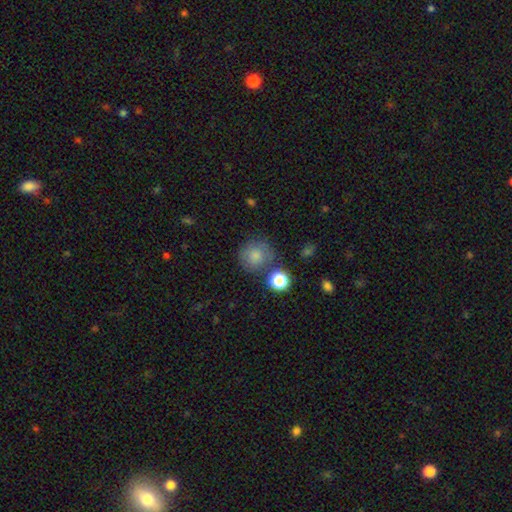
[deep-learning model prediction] Smooth or featured: smooth — 79% (star or artifact — 11%)
How rounded: round — 91% (in between — 8%)
Merging: none — 70% (minor disturbance — 15%)